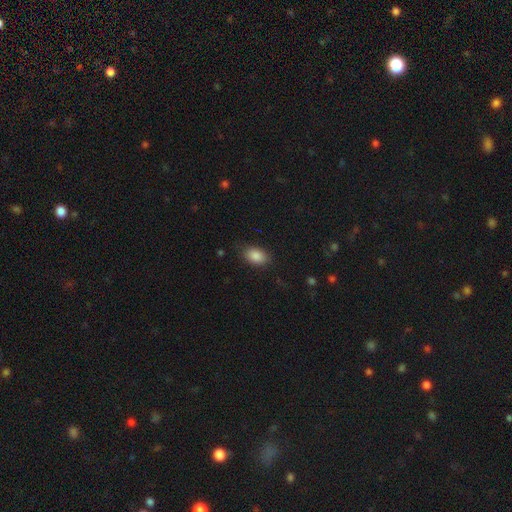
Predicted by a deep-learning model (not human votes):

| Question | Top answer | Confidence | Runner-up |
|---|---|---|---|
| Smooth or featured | smooth | 88% | star or artifact (8%) |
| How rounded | in between | 87% | round (11%) |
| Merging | none | 83% | minor disturbance (13%) |